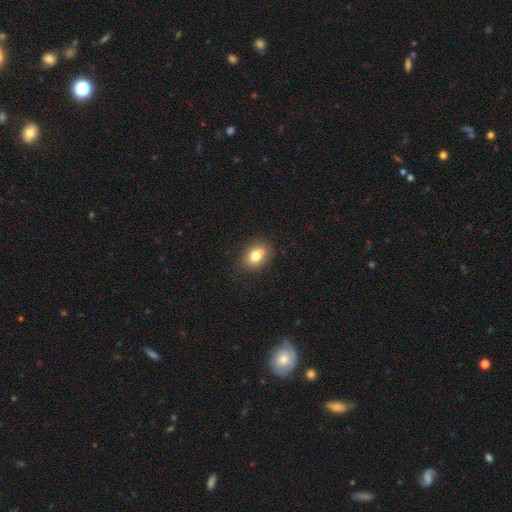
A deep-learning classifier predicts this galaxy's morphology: Smooth or featured: smooth — 76% (featured or disk — 13%)
How rounded: in between — 61% (round — 37%)
Merging: none — 69% (minor disturbance — 14%)